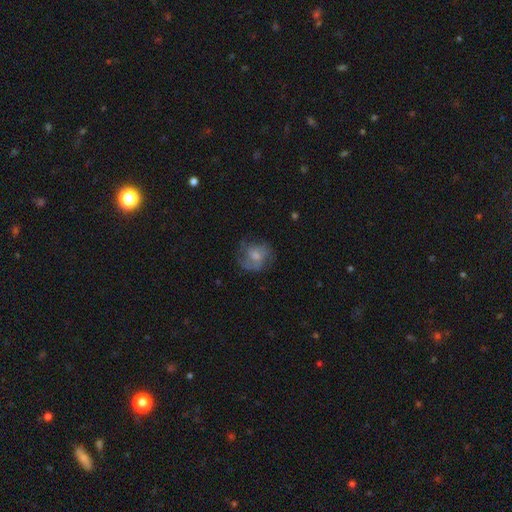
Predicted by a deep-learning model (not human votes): Smooth or featured? smooth (47%)
Merging? none (58%)